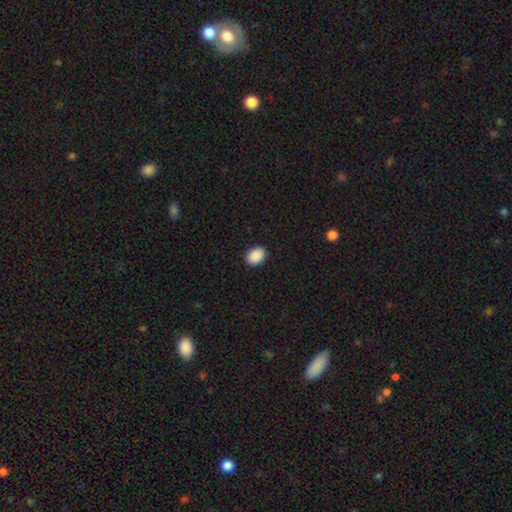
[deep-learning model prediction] The model was most divided on "how rounded": in between: 70%, round: 29%, cigar-shaped: 1%. More confident: smooth or featured — smooth (91%); merging — none (91%).